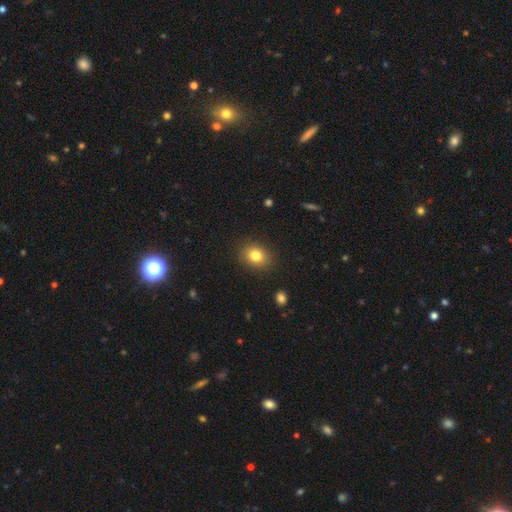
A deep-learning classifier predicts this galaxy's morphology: smooth-or-featured: smooth: 81% | star or artifact: 10% | featured or disk: 8%
  how-rounded: round: 53% | in between: 46% | cigar-shaped: 1%
  merging: none: 87% | minor disturbance: 9% | major disturbance: 3% | merger: 1%